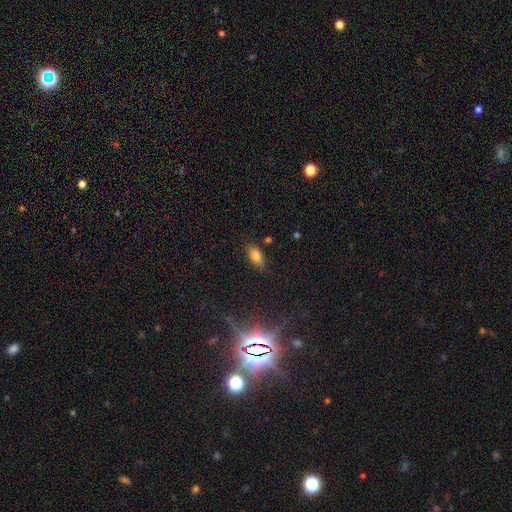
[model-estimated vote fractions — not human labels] A smooth galaxy with no disk features (80%) that is in between round and cigar-shaped (88%).

Vote fractions:
- Smooth or featured? smooth: 80% / star or artifact: 10% / featured or disk: 10%
- How rounded? in between: 88% / cigar-shaped: 8% / round: 5%
- Merging? none: 81% / minor disturbance: 14% / major disturbance: 3% / merger: 2%